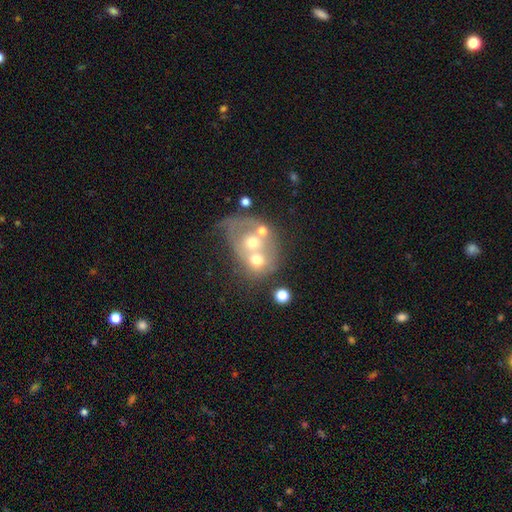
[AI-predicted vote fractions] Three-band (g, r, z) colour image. It shows a featured or disk galaxy (50%). Merging: merger (63%).